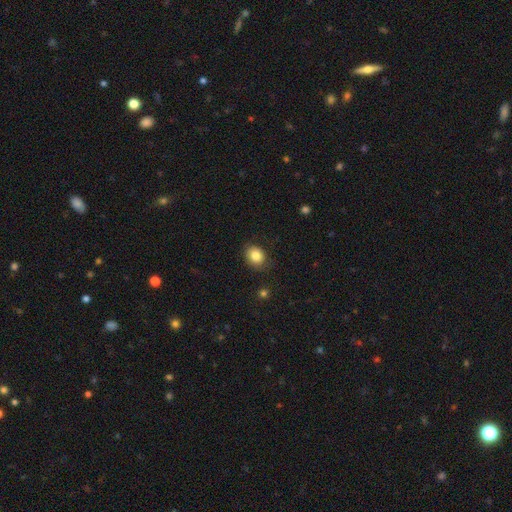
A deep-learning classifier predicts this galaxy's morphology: smooth 84%, star or artifact 9%, featured or disk 7%. Down the decision tree: how rounded — round (52%); merging — none (82%).